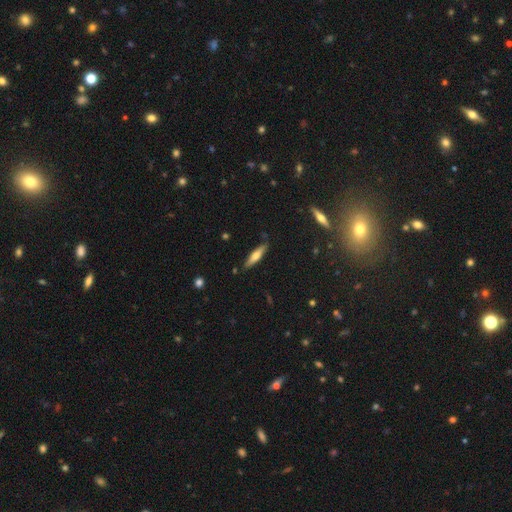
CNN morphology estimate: A smooth galaxy with no disk features (51%) that is cigar-shaped (81%). Merging: none (86%).